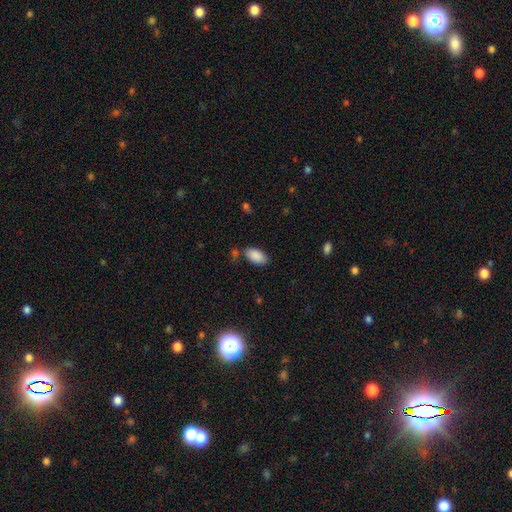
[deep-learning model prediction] Smooth or featured?
  - smooth: 88% *
  - star or artifact: 7%
  - featured or disk: 4%
How rounded?
  - in between: 95% *
  - round: 3%
  - cigar-shaped: 2%
Merging?
  - none: 75% *
  - minor disturbance: 14%
  - merger: 7%
  - major disturbance: 4%